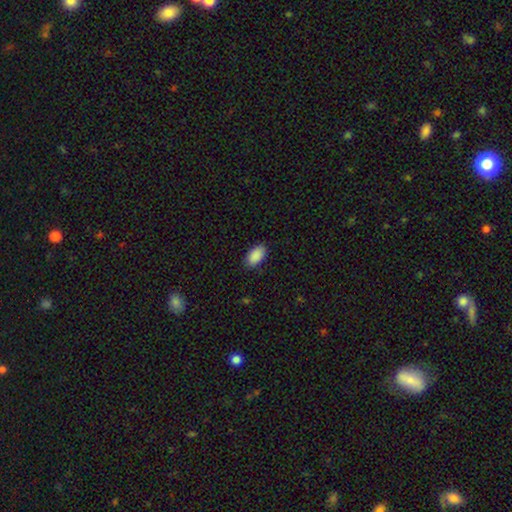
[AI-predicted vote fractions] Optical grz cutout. It shows a smooth galaxy with no disk features (90%) that is in between round and cigar-shaped (95%). Merging: none (86%).